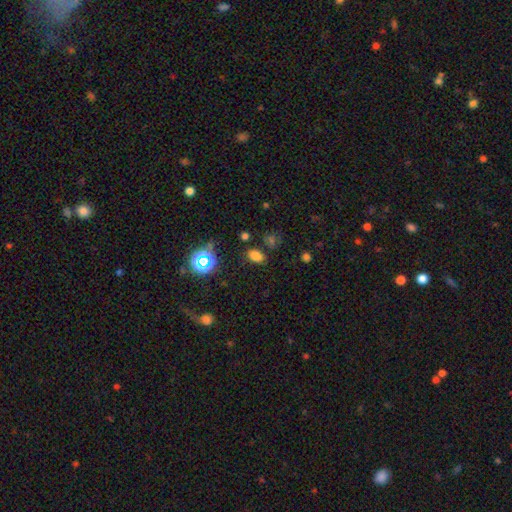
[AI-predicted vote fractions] Smooth or featured? Predicted: smooth (p=0.72). How rounded? Predicted: in between (p=0.83). Merging? Predicted: none (p=0.79).